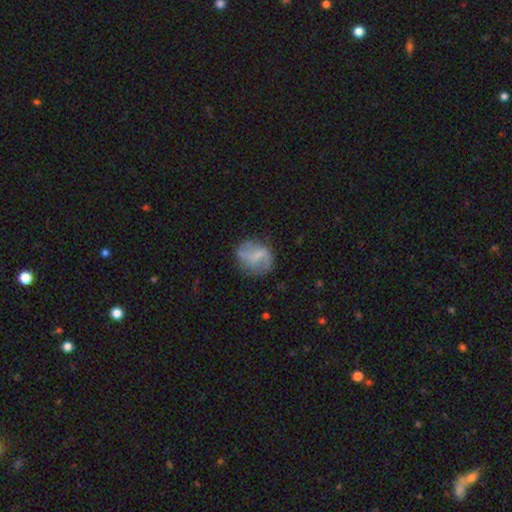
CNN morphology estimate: Overall: featured or disk (57%; smooth 35%). Edge-on disk: no (97%). Bar: weak (48%; strong 29%). Spiral arms: yes (74%). Bulge size: small (41%; none 36%). Merging: none (68%).